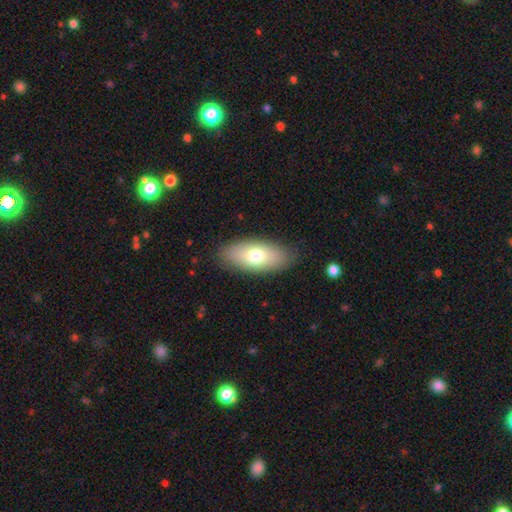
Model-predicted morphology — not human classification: smooth 73%, featured or disk 20%, star or artifact 7%. Down the decision tree: how rounded — in between (87%); merging — none (86%).